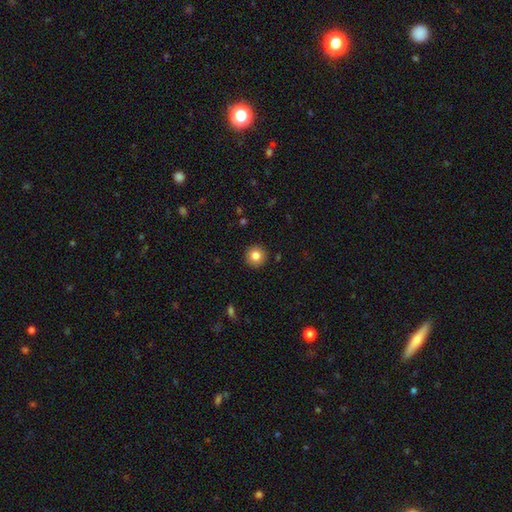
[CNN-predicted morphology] smooth_or_featured: smooth (p=0.83) [alt: star or artifact p=0.10]
how_rounded: round (p=0.96) [alt: in between p=0.03]
merging: none (p=0.92) [alt: minor disturbance p=0.05]